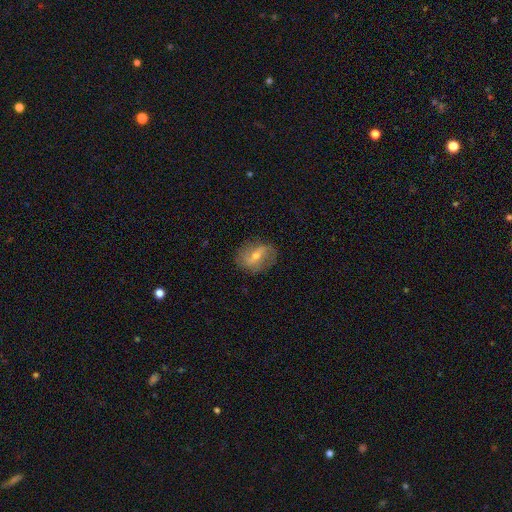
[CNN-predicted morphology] Overall: featured or disk (66%). Edge-on disk: no (94%). Bar: weak (44%; strong 32%). Spiral arms: yes (79%). Bulge size: moderate (50%; small 45%). Merging: none (77%).